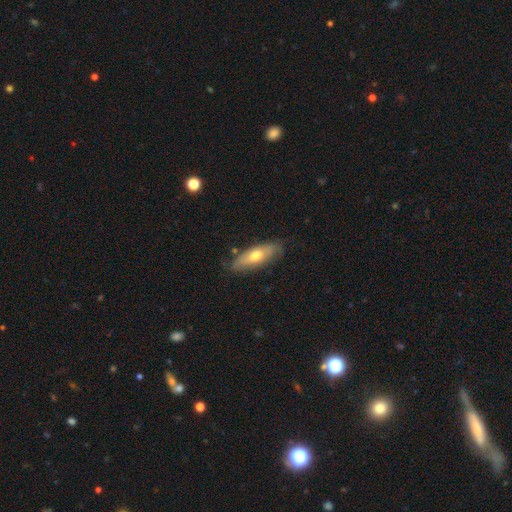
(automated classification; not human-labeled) A smooth galaxy with no disk features (57%) that is in between round and cigar-shaped (64%).

Vote fractions:
- Smooth or featured? smooth: 57% / featured or disk: 37% / star or artifact: 6%
- How rounded? in between: 64% / cigar-shaped: 34% / round: 2%
- Merging? none: 77% / minor disturbance: 17% / major disturbance: 3% / merger: 2%